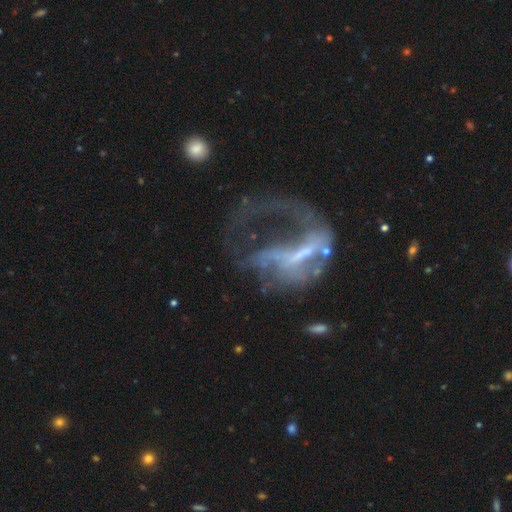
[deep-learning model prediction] Overall: featured or disk (73%). Edge-on disk: no (96%). Bar: no (42%; weak 34%). Spiral arms: yes (52%; no 48%). Bulge size: none (45%; small 34%). Merging: major disturbance (58%; none 23%).